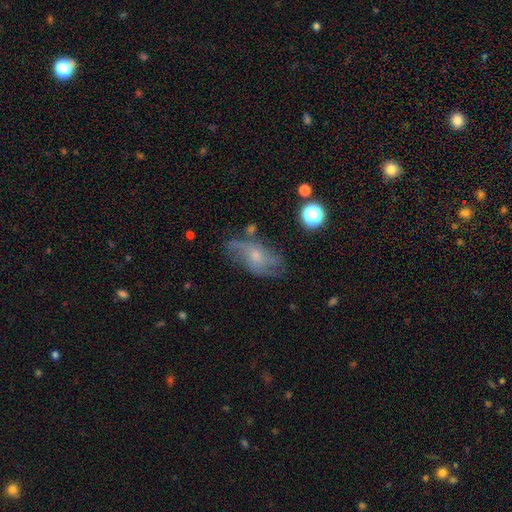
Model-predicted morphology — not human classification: The model was most divided on "bulge size": small: 52%, moderate: 38%, none: 5%, large: 3%, dominant: 1%. More confident: edge-on disk — no (91%); spiral arms — yes (80%); bar — no (73%); smooth or featured — featured or disk (63%); merging — none (57%).